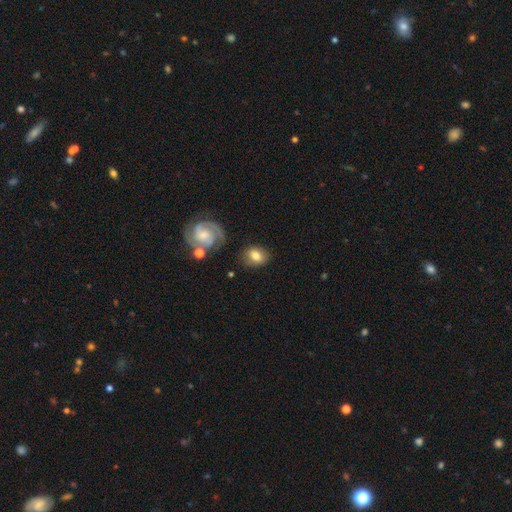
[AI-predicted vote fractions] Smooth or featured? Predicted: smooth (p=0.74). How rounded? Predicted: in between (p=0.54). Merging? Predicted: none (p=0.77).